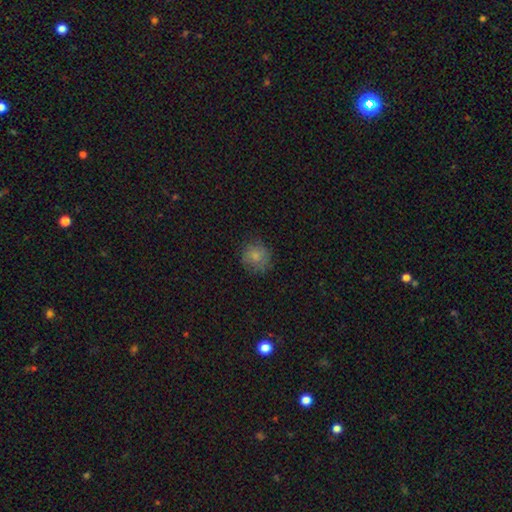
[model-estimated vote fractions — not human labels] A smooth galaxy with no disk features (79%) that is round (89%). Merging: none (76%).